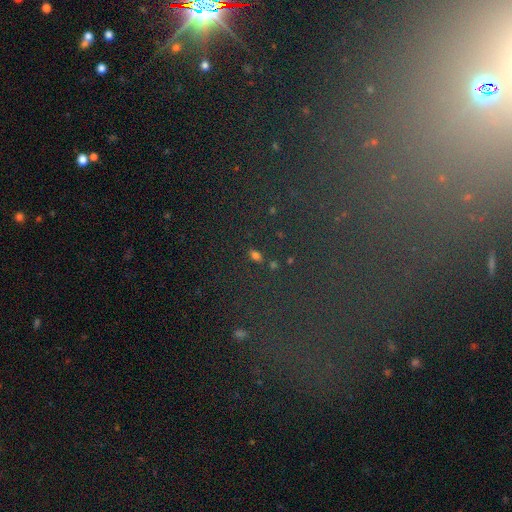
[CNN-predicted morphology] A smooth galaxy with no disk features (63%) that is in between round and cigar-shaped (83%).

Vote fractions:
- Smooth or featured? smooth: 63% / star or artifact: 28% / featured or disk: 9%
- How rounded? in between: 83% / round: 10% / cigar-shaped: 7%
- Merging? none: 82% / minor disturbance: 10% / merger: 4% / major disturbance: 3%